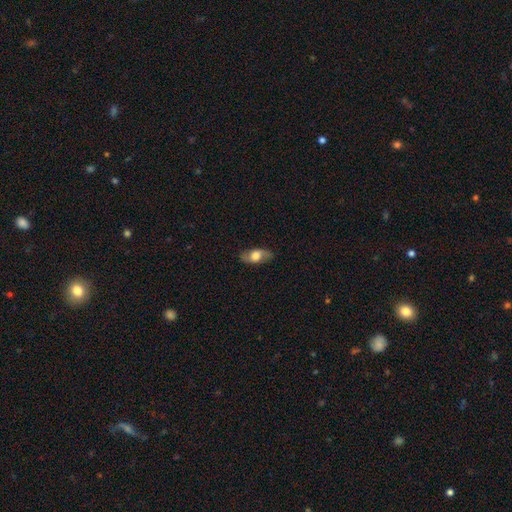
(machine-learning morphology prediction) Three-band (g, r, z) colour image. It shows a smooth galaxy with no disk features (55%) that is in between round and cigar-shaped (85%). Merging: none (84%).